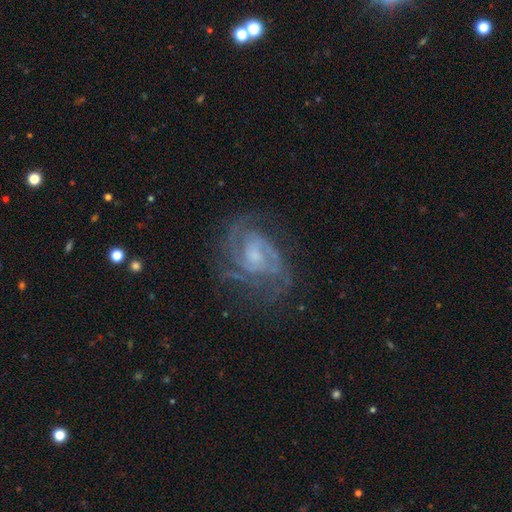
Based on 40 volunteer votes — smooth_or_featured: featured or disk (p=0.97) [alt: star or artifact p=0.03]
disk_edge_on: no (p=1.00)
bar: no (p=0.56) [alt: weak p=0.31]
has_spiral_arms: yes (p=0.97) [alt: no p=0.03]
spiral_winding: medium (p=0.55) [alt: tight p=0.39]
spiral_arm_count: 3 (p=0.47) [alt: 2 p=0.24]
bulge_size: small (p=0.46) [alt: moderate p=0.44]
merging: none (p=0.49) [alt: minor disturbance p=0.28]